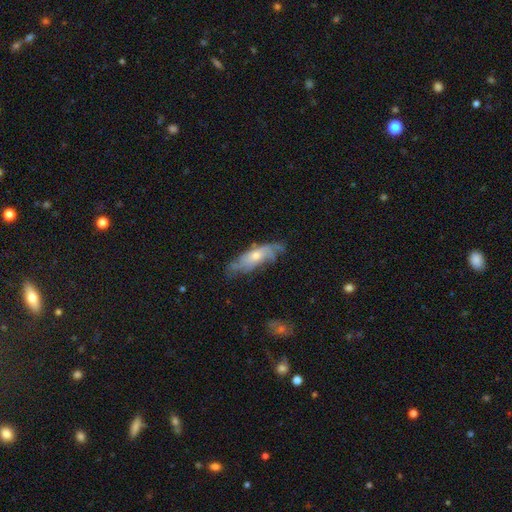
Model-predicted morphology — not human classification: Overall: featured or disk (71%). Edge-on disk: no (77%). Bar: no (74%). Spiral arms: yes (88%). Bulge size: moderate (49%; small 46%). Merging: none (65%).